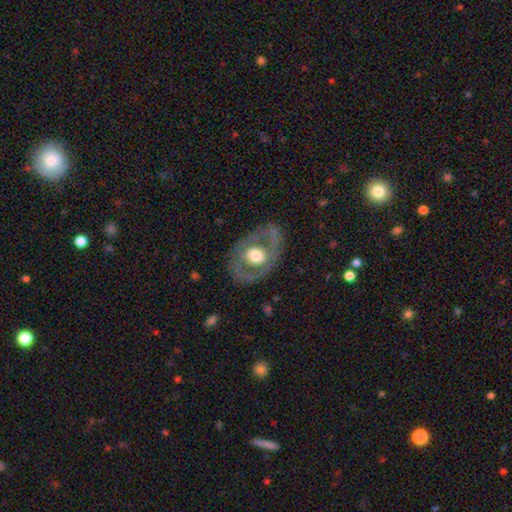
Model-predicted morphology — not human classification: The model was most divided on "bulge size": moderate: 52%, large: 39%, small: 5%, dominant: 3%, none: 1%. More confident: edge-on disk — no (93%); bar — no (75%); merging — none (74%); spiral arms — no (72%); smooth or featured — featured or disk (61%).